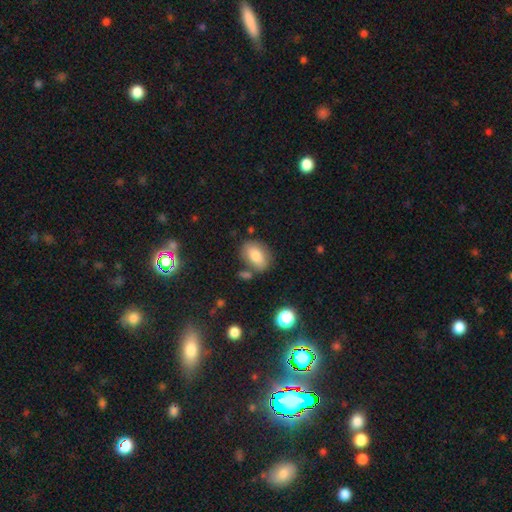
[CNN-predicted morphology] smooth 80%, featured or disk 12%, star or artifact 9%. Down the decision tree: how rounded — in between (84%); merging — none (70%).